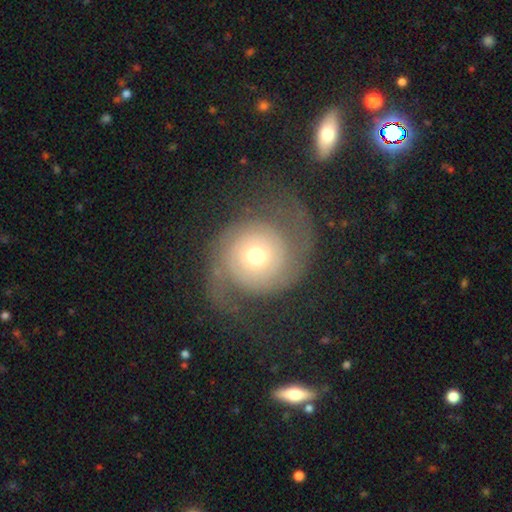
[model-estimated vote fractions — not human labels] This is clearly a featured or disk galaxy (83%). It is clearly not viewed edge-on (98%). Bar: likely no (79%). Spiral arm pattern: clearly yes (96%). Spiral arm count: clearly 2 (89%). Spiral winding: marginally tight (41%). Central bulge: possibly moderate (53%). Merging: likely none (67%).